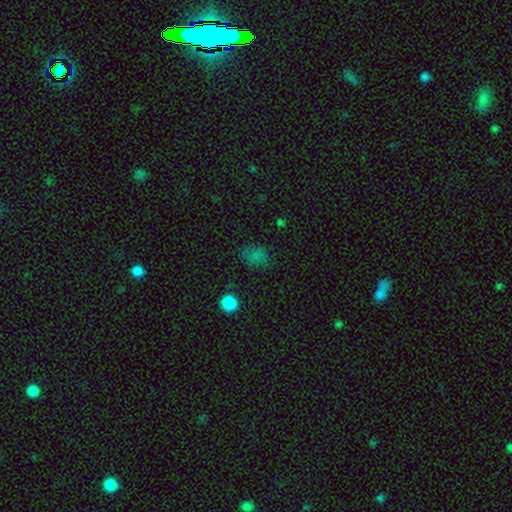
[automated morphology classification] type=smooth (71%); roundness=in between (56%); merging=none (71%).